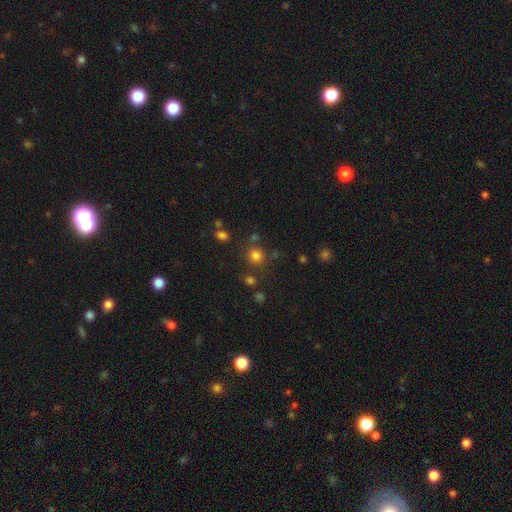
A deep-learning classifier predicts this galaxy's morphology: Overall: smooth (77%). How rounded: round (91%). Merging: none (77%).